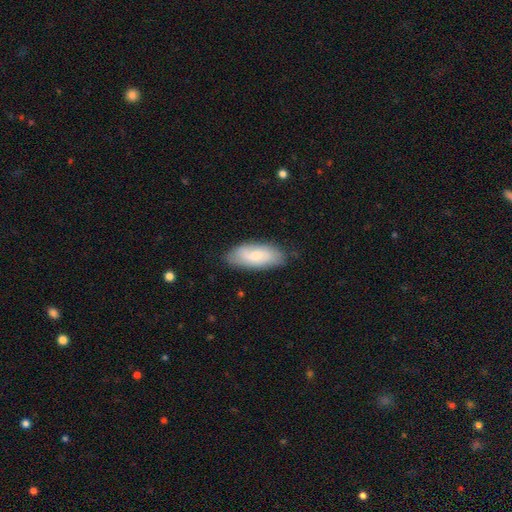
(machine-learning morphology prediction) smooth 63%, featured or disk 31%, star or artifact 6%. Down the decision tree: how rounded — in between (83%); merging — none (79%).